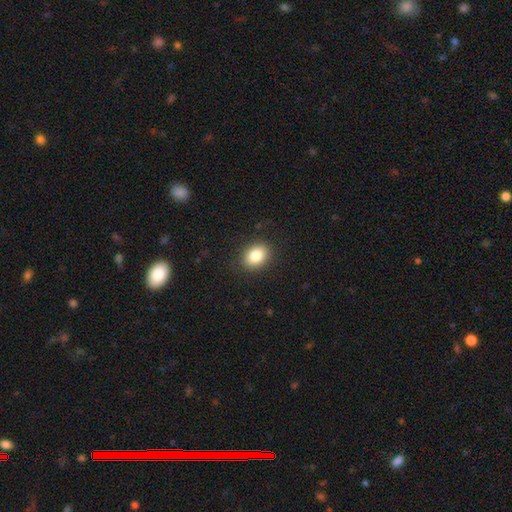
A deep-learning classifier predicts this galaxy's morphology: A smooth galaxy with no disk features (84%) that is in between round and cigar-shaped (59%). Merging: none (88%).